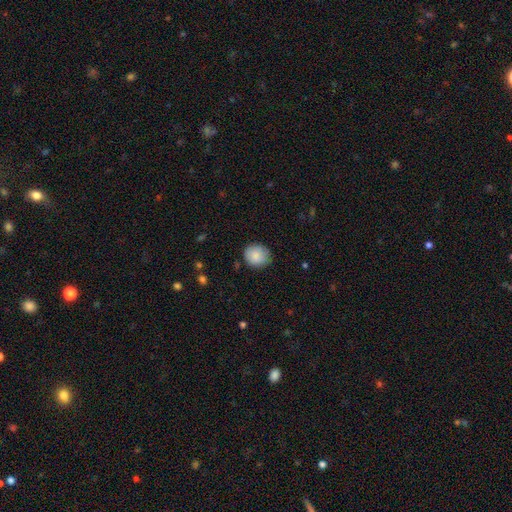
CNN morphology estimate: Q: Smooth or featured?
A: smooth (86%); runner-up: star or artifact (7%)
Q: How rounded?
A: round (80%); runner-up: in between (19%)
Q: Merging?
A: none (82%); runner-up: minor disturbance (14%)